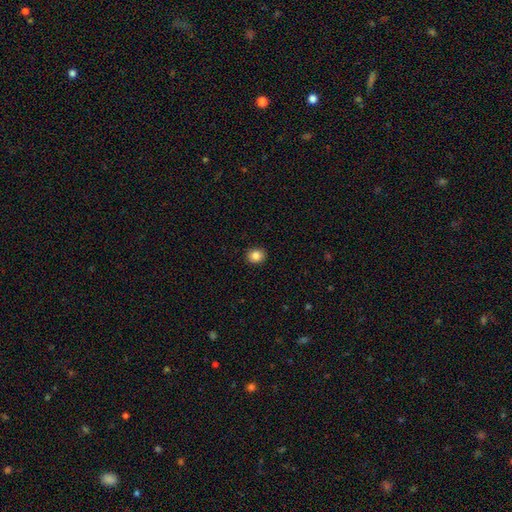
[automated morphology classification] The model was most divided on "how rounded": round: 72%, in between: 27%, cigar-shaped: 1%. More confident: merging — none (91%); smooth or featured — smooth (85%).